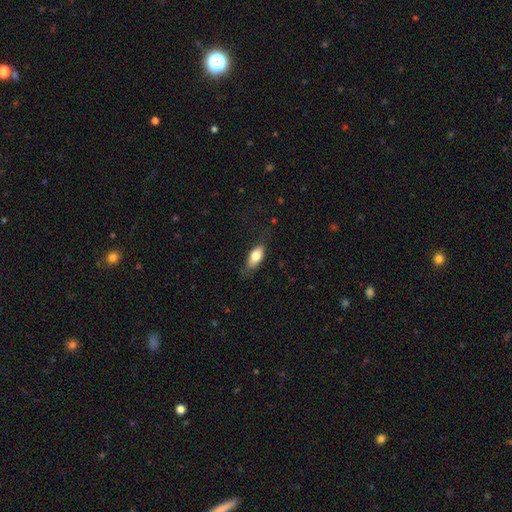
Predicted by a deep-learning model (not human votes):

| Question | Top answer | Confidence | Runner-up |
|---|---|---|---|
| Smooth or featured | smooth | 77% | featured or disk (17%) |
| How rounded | in between | 81% | cigar-shaped (15%) |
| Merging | none | 73% | minor disturbance (20%) |